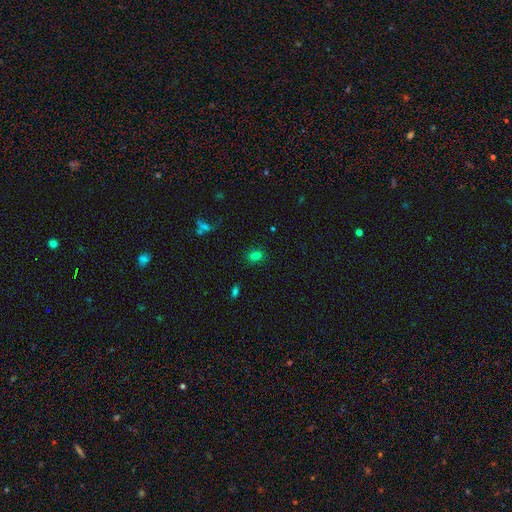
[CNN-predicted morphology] A smooth galaxy with no disk features (73%) that is in between round and cigar-shaped (65%).

Vote fractions:
- Smooth or featured? smooth: 73% / star or artifact: 21% / featured or disk: 6%
- How rounded? in between: 65% / round: 33% / cigar-shaped: 2%
- Merging? none: 81% / minor disturbance: 12% / major disturbance: 4% / merger: 3%